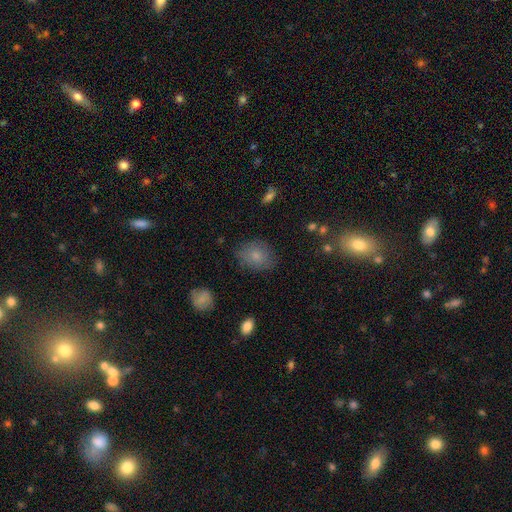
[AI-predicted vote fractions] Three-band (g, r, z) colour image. It shows a smooth galaxy with no disk features (78%) that is in between round and cigar-shaped (53%). Merging: none (77%).